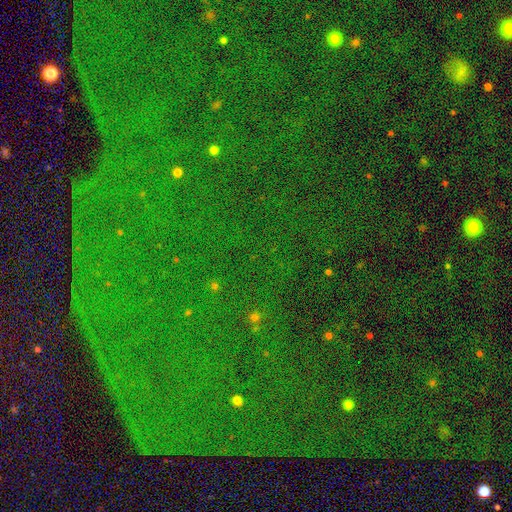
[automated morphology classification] smooth_or_featured: star or artifact (p=0.84) [alt: smooth p=0.08]